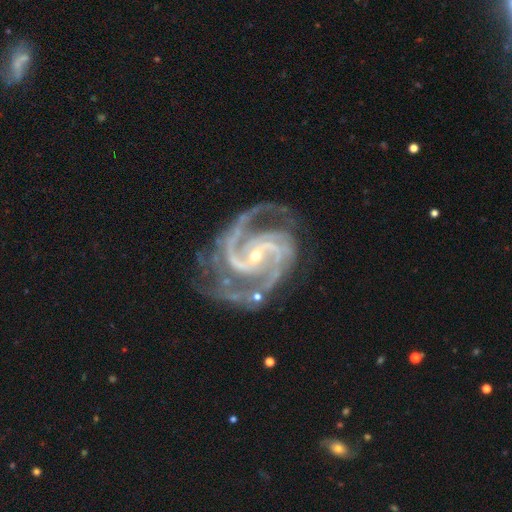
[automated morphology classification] Smooth or featured? featured or disk (94%)
Edge-on disk? no (98%)
Bar? weak (39%)
Spiral arms? yes (99%)
Spiral winding? medium (58%)
Spiral arm count? 2 (65%)
Bulge size? small (76%)
Merging? none (67%)